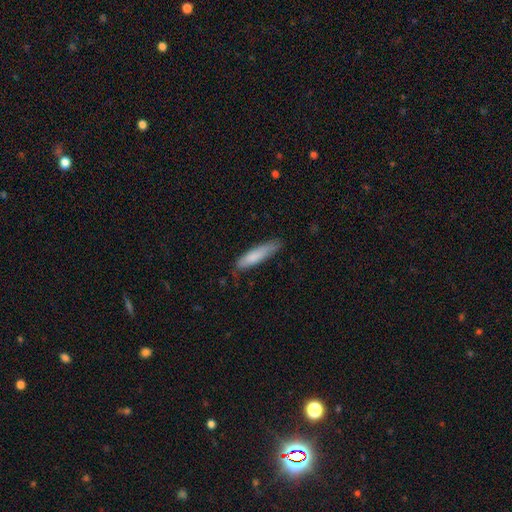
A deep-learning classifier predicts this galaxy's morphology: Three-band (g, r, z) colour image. It shows a smooth galaxy with no disk features (81%) that is cigar-shaped (76%). Merging: none (72%).